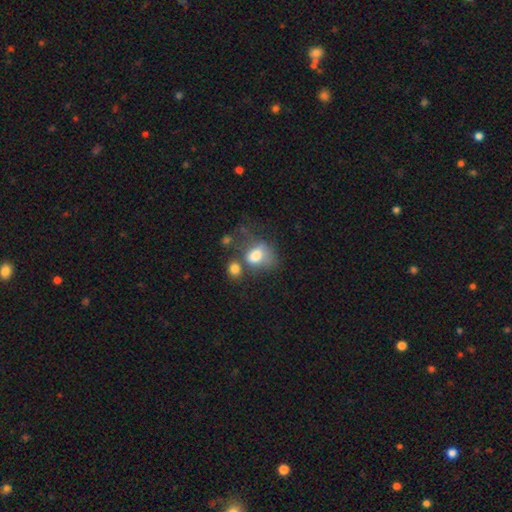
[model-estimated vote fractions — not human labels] smooth-or-featured: smooth: 71% | featured or disk: 19% | star or artifact: 10%
  how-rounded: in between: 65% | round: 34% | cigar-shaped: 1%
  merging: merger: 32% | none: 25% | major disturbance: 24% | minor disturbance: 19%